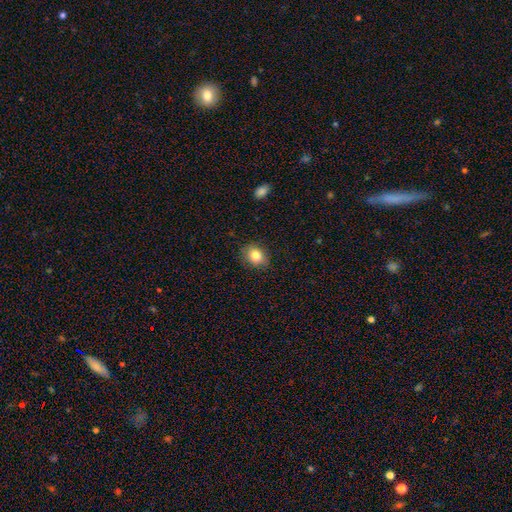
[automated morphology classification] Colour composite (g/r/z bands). It shows a smooth galaxy with no disk features (82%) that is round (53%). Merging: none (83%).